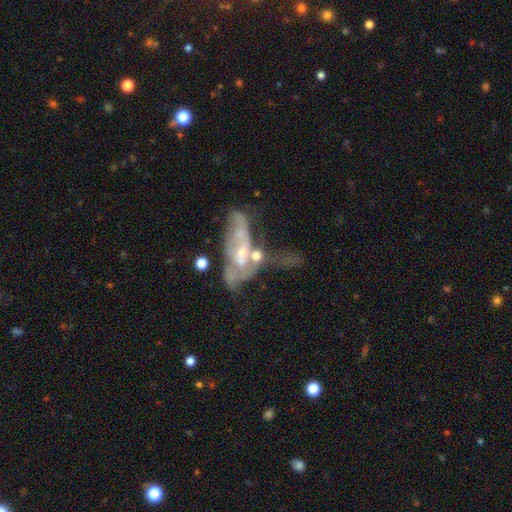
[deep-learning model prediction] smooth_or_featured: featured or disk (p=0.69) [alt: smooth p=0.22]
disk_edge_on: no (p=0.88) [alt: yes p=0.12]
bar: no (p=0.67) [alt: weak p=0.24]
has_spiral_arms: no (p=0.50) [tied with: yes p=0.50]
bulge_size: small (p=0.50) [alt: moderate p=0.36]
merging: merger (p=0.51) [alt: major disturbance p=0.22]